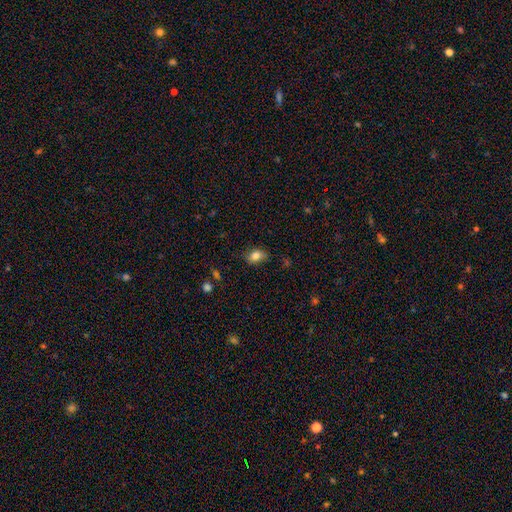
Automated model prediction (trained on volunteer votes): This appears to be a smooth galaxy with no disk features (82%) that is in between round and cigar-shaped (80%). Merging: none (77%).